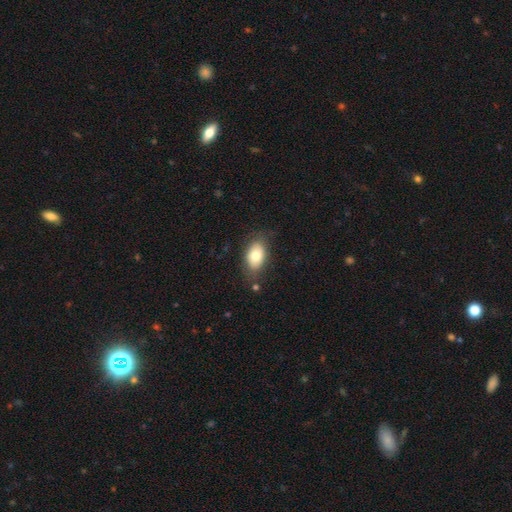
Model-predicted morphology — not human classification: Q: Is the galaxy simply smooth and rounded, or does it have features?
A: smooth — 76%.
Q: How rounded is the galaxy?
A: in between — 89%.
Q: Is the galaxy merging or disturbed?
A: none — 76%.